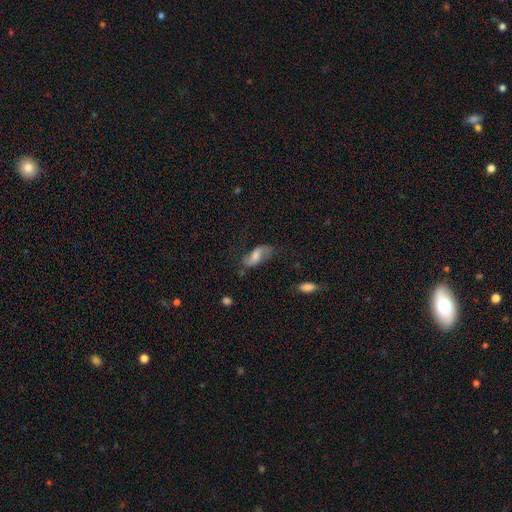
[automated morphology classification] Smooth or featured: smooth — 48% (featured or disk — 44%)
Merging: none — 61% (minor disturbance — 24%)